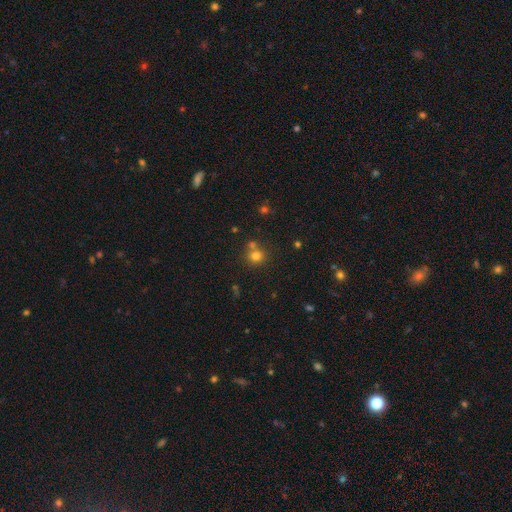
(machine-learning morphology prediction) Smooth or featured: smooth — 76% (star or artifact — 16%)
How rounded: round — 86% (in between — 13%)
Merging: none — 61% (merger — 28%)